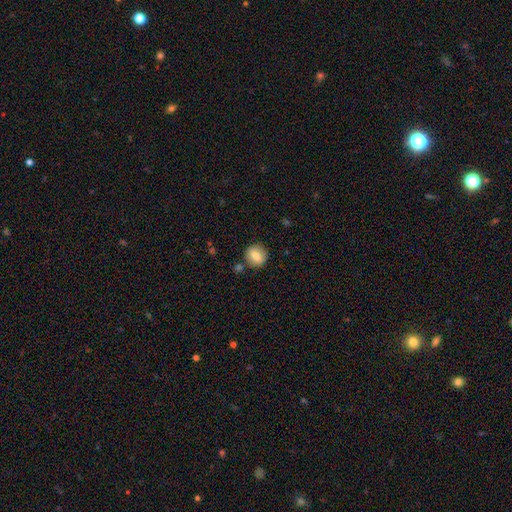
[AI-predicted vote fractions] Overall: smooth (75%). How rounded: round (86%). Merging: none (83%).